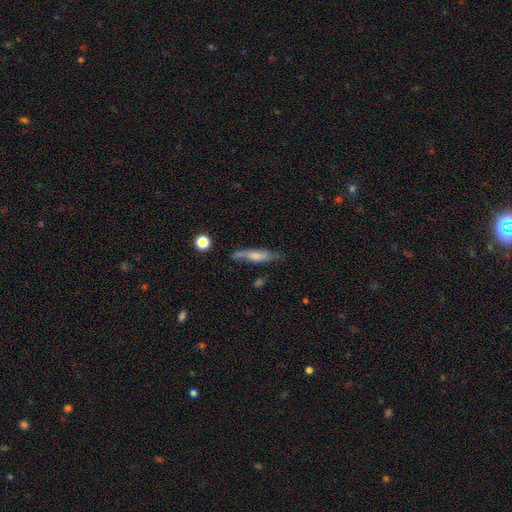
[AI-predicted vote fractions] Overall: smooth (50%; featured or disk 42%). How rounded: cigar-shaped (75%). Merging: none (61%; minor disturbance 25%).